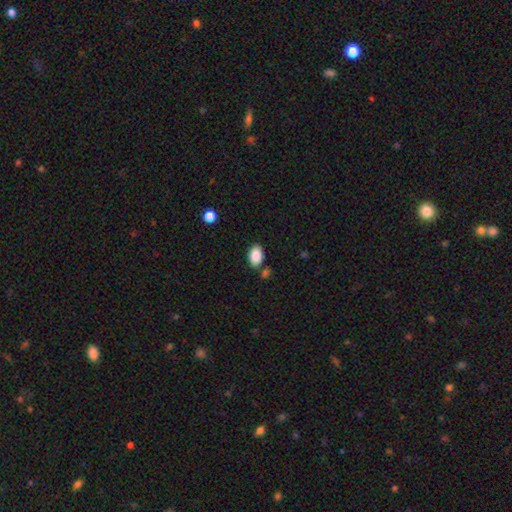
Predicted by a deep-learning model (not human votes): A smooth galaxy with no disk features (88%) that is in between round and cigar-shaped (91%). Merging: none (80%).